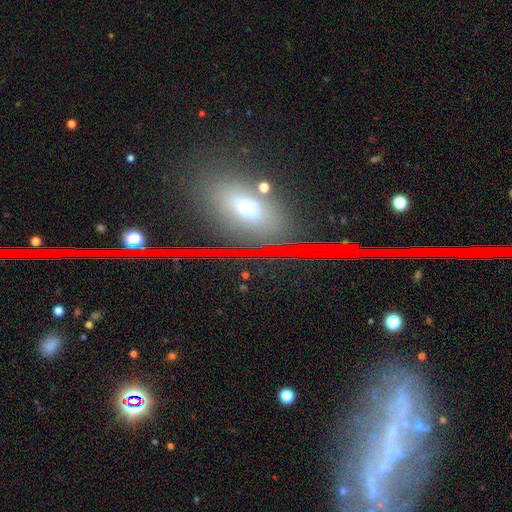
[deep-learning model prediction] Q: Smooth or featured?
A: star or artifact (34%); tied with: featured or disk (34%)